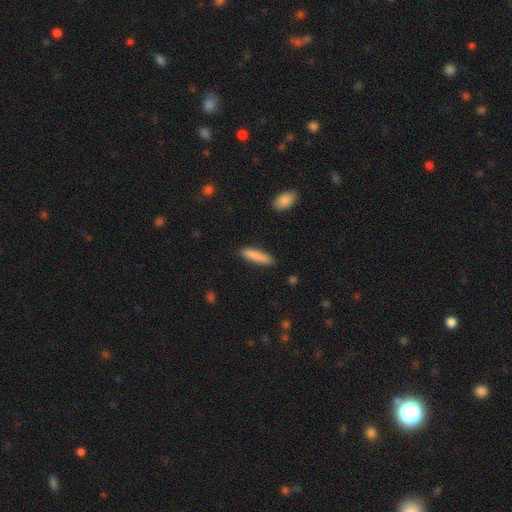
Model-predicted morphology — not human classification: Smooth or featured?
  - smooth: 85% *
  - featured or disk: 9%
  - star or artifact: 6%
How rounded?
  - cigar-shaped: 80% *
  - in between: 19%
  - round: 1%
Merging?
  - none: 88% *
  - minor disturbance: 8%
  - major disturbance: 2%
  - merger: 2%